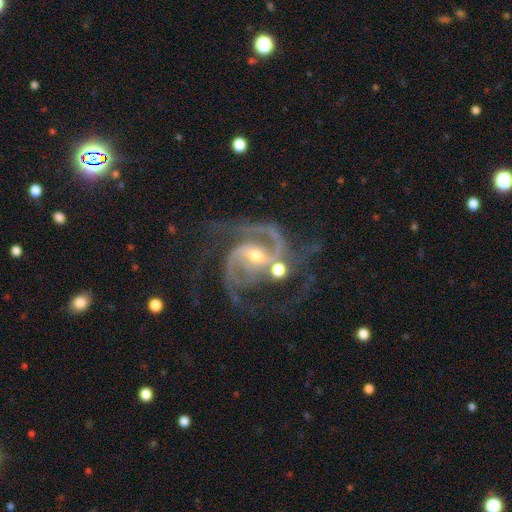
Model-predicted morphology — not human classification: A featured or disk galaxy (92%) with a weak bar (42%), 2 (67%) medium (60%) spiral arms (98%) and a moderate central bulge (57%). Merging: none (51%).